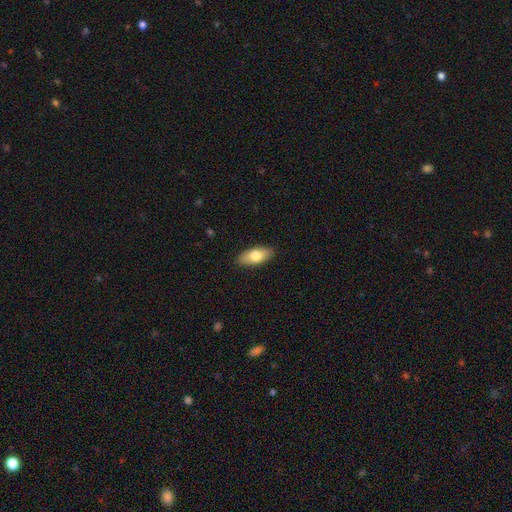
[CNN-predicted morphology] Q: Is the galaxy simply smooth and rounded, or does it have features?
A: smooth — 75%.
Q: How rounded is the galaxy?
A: in between — 85%.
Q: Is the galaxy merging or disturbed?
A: none — 89%.